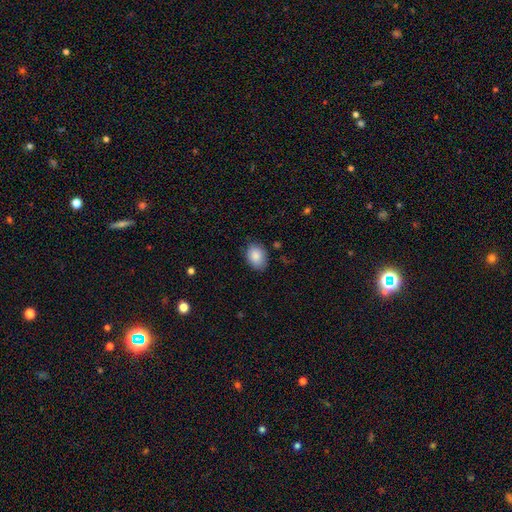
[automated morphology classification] Smooth or featured: smooth — 87% (star or artifact — 7%)
How rounded: in between — 77% (round — 22%)
Merging: none — 80% (minor disturbance — 15%)